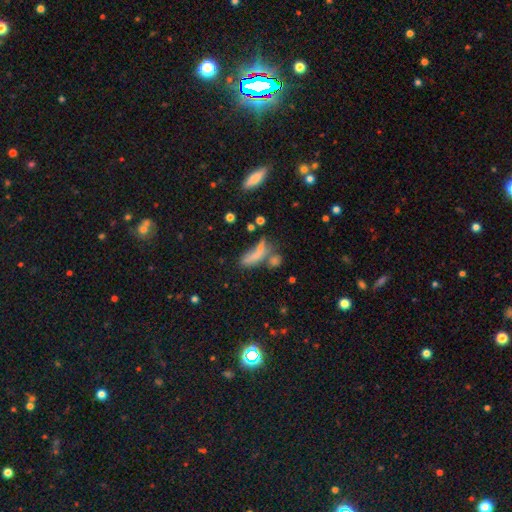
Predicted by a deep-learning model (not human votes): smooth_or_featured: smooth (p=0.66) [alt: featured or disk p=0.20]
how_rounded: cigar-shaped (p=0.48) [alt: in between p=0.46]
merging: none (p=0.34) [alt: merger p=0.32]